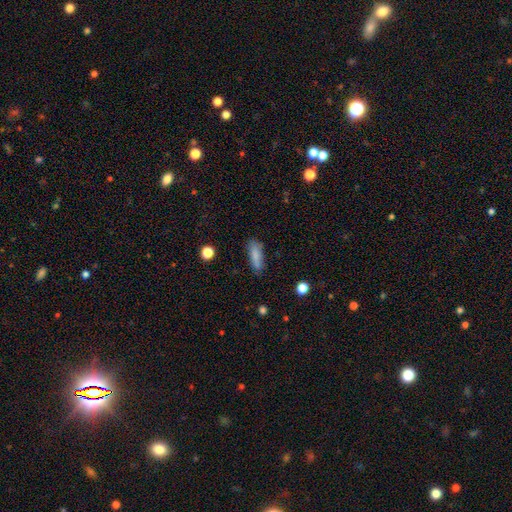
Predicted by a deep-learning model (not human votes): Smooth or featured?
  - smooth: 82% *
  - featured or disk: 10%
  - star or artifact: 8%
How rounded?
  - cigar-shaped: 49% *
  - in between: 48%
  - round: 2%
Merging?
  - none: 76% *
  - minor disturbance: 18%
  - major disturbance: 4%
  - merger: 2%